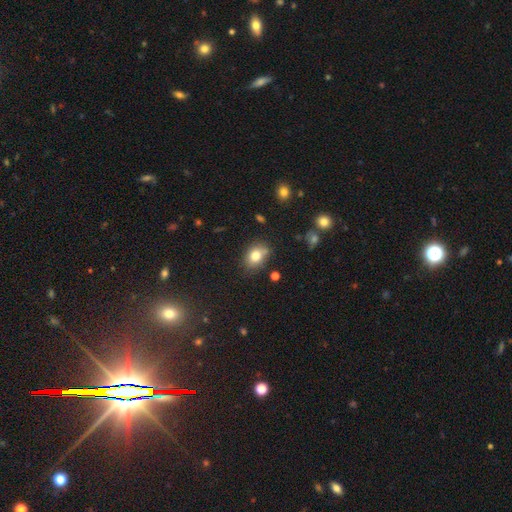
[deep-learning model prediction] Q: Smooth or featured?
A: smooth (79%); runner-up: star or artifact (11%)
Q: How rounded?
A: in between (66%); runner-up: round (32%)
Q: Merging?
A: none (67%); runner-up: minor disturbance (21%)